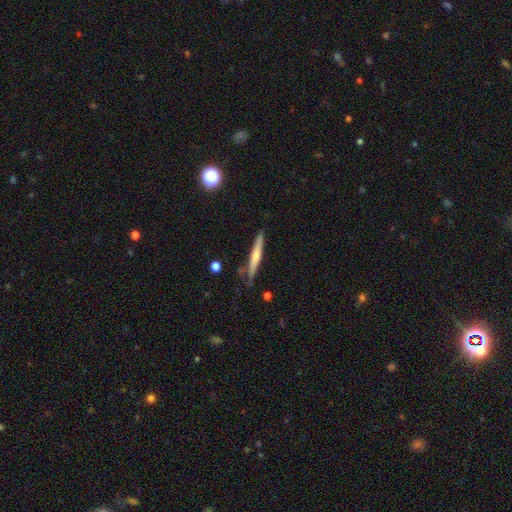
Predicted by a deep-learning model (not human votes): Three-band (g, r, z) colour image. It shows a featured or disk galaxy (60%) viewed edge-on (97%) with a rounded central bulge (73%). Merging: none (84%).